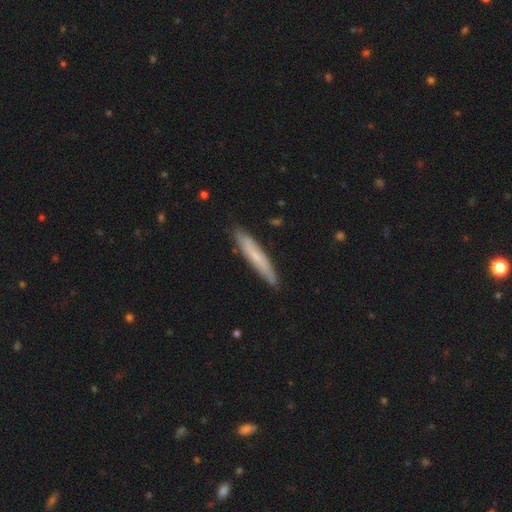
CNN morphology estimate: smooth-or-featured: smooth: 55% | featured or disk: 39% | star or artifact: 6%
  how-rounded: cigar-shaped: 92% | in between: 6% | round: 1%
  merging: none: 86% | minor disturbance: 11% | major disturbance: 2% | merger: 1%